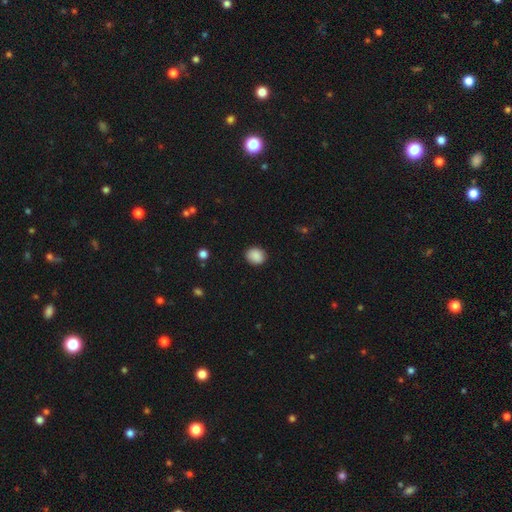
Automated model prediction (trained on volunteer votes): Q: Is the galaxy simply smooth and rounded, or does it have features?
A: smooth — 89%.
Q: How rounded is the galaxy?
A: round — 69%.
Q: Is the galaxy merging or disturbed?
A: none — 89%.